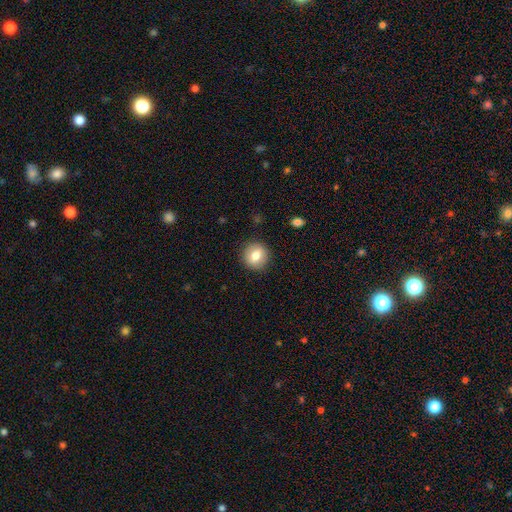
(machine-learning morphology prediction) A smooth galaxy with no disk features (78%) that is round (87%). Merging: none (89%).